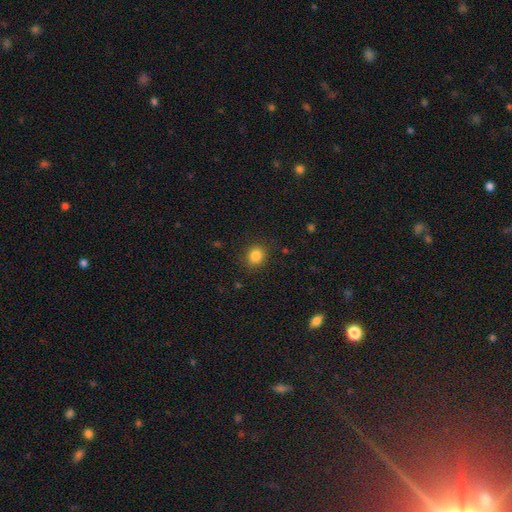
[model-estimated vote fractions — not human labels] Smooth or featured? smooth (84%)
How rounded? round (79%)
Merging? none (87%)